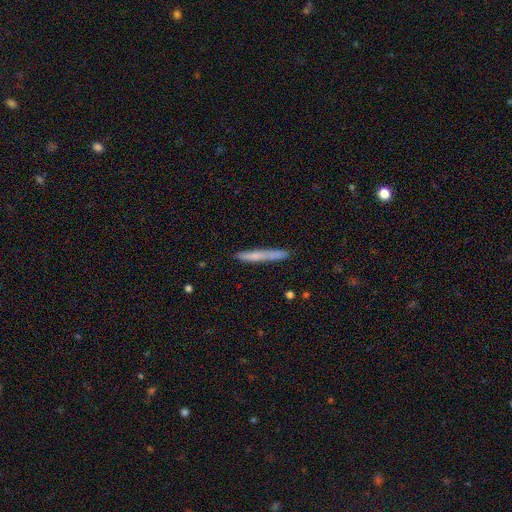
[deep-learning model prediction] The model was most divided on "smooth or featured": smooth: 69%, featured or disk: 26%, star or artifact: 6%. More confident: how rounded — cigar-shaped (96%); merging — none (83%).